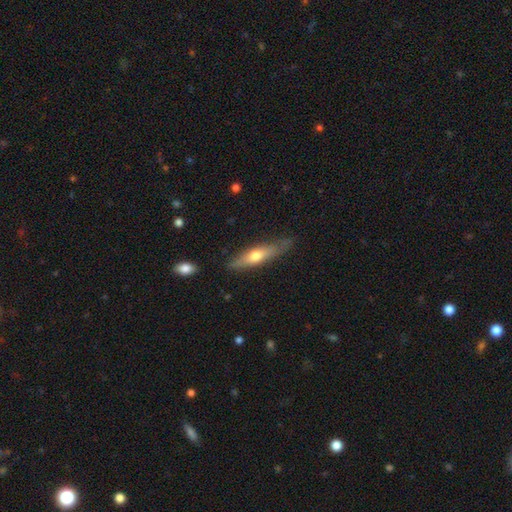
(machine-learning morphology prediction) smooth 51%, featured or disk 44%, star or artifact 6%. Down the decision tree: how rounded — cigar-shaped (70%); merging — none (72%).